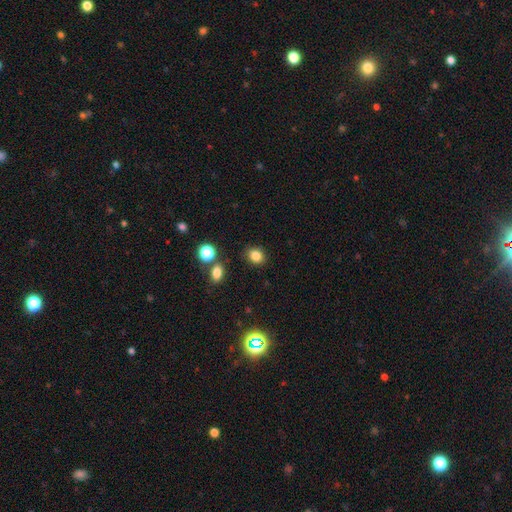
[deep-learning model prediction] A smooth galaxy with no disk features (84%) that is round (52%). Merging: none (84%).